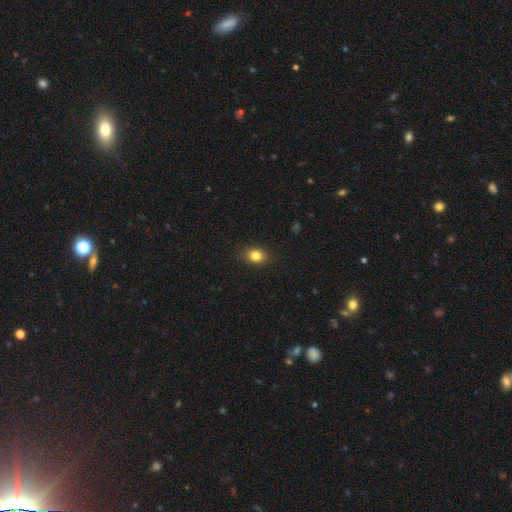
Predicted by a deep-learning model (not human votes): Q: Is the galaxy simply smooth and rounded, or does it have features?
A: smooth — 83%.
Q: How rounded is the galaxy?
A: round — 50%.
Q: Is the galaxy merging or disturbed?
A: none — 88%.